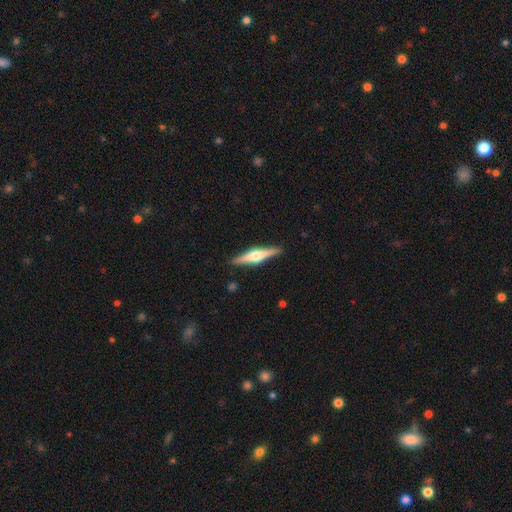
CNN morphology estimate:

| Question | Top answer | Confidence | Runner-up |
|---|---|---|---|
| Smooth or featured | featured or disk | 72% | smooth (23%) |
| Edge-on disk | yes | 98% | no (2%) |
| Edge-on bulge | rounded | 91% | boxy (6%) |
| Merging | none | 90% | minor disturbance (7%) |